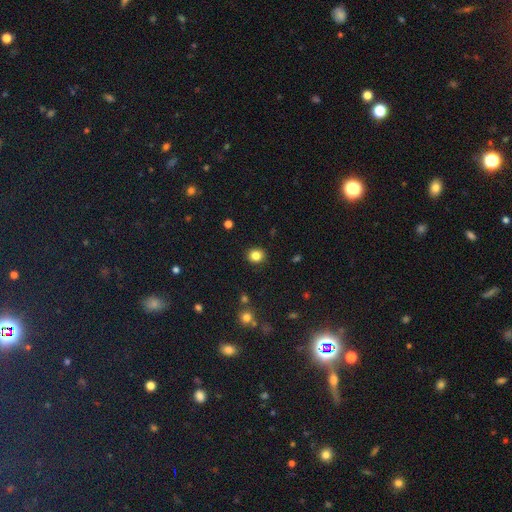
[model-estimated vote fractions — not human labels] A smooth galaxy with no disk features (83%) that is round (80%).

Vote fractions:
- Smooth or featured? smooth: 83% / star or artifact: 11% / featured or disk: 5%
- How rounded? round: 80% / in between: 19% / cigar-shaped: 1%
- Merging? none: 90% / minor disturbance: 6% / major disturbance: 2% / merger: 1%